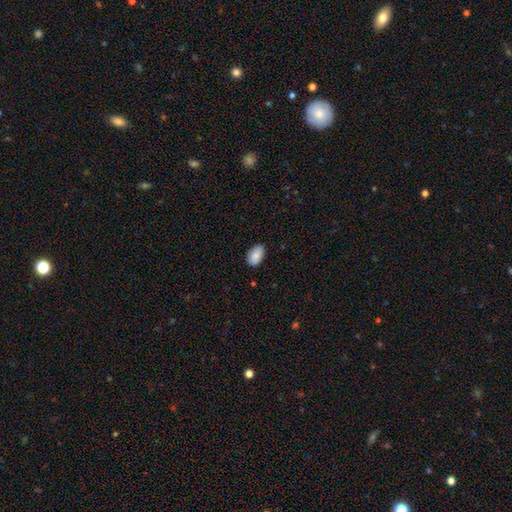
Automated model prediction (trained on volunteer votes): Q: Smooth or featured?
A: smooth (88%); runner-up: star or artifact (7%)
Q: How rounded?
A: in between (92%); runner-up: round (7%)
Q: Merging?
A: none (85%); runner-up: minor disturbance (12%)